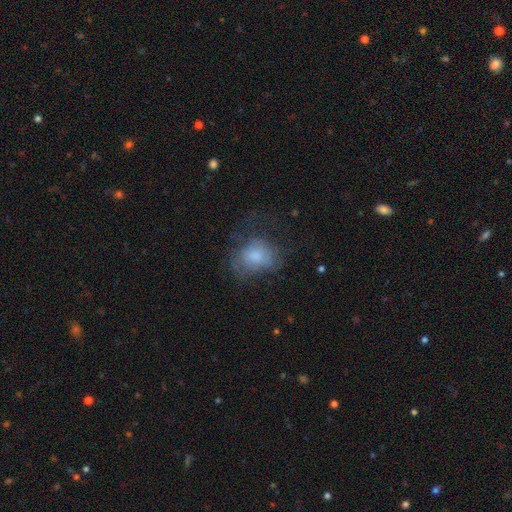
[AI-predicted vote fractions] A smooth galaxy with no disk features (62%) that is in between round and cigar-shaped (50%). Merging: none (39%).